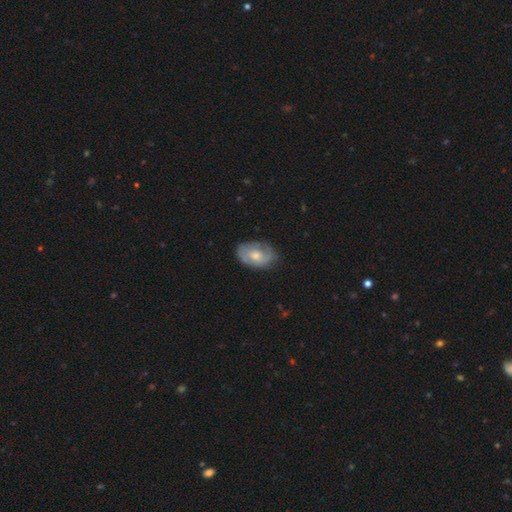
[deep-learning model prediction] This appears to be a smooth galaxy with no disk features (47%). Merging: none (68%).